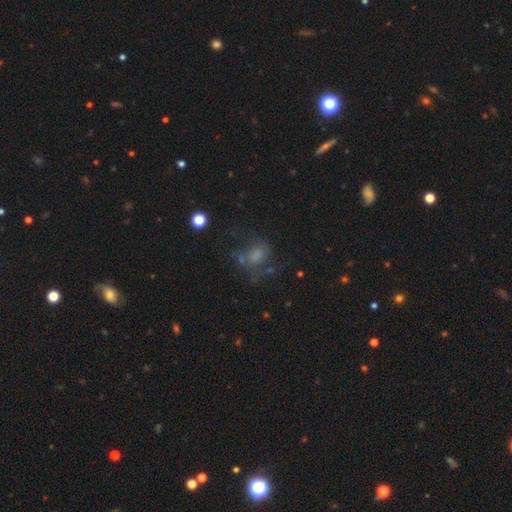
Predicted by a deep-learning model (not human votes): Smooth or featured?
  - smooth: 53% *
  - featured or disk: 28%
  - star or artifact: 20%
How rounded?
  - in between: 59% *
  - round: 39%
  - cigar-shaped: 2%
Merging?
  - none: 42% *
  - major disturbance: 28%
  - minor disturbance: 22%
  - merger: 8%